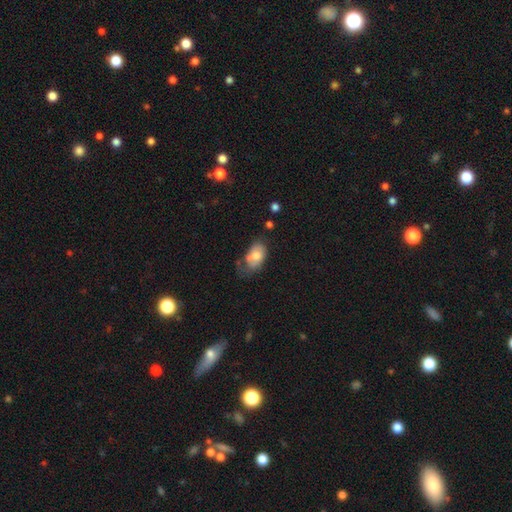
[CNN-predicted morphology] A smooth galaxy with no disk features (66%) that is in between round and cigar-shaped (89%). Merging: none (38%).